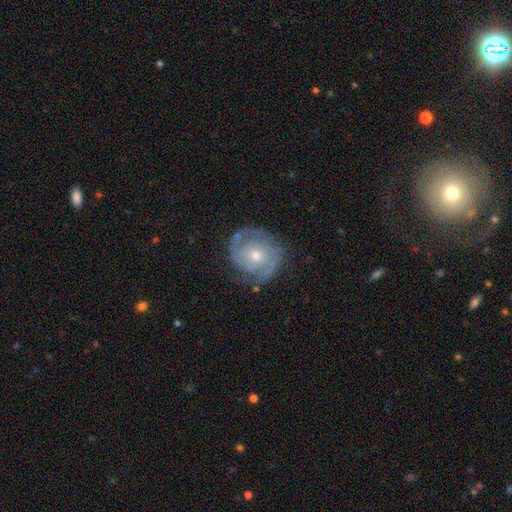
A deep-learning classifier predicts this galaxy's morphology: A featured or disk galaxy (80%) with no bar (78%), 2 (47%) tight (61%) spiral arms (91%) and a moderate central bulge (48%, tied with small). Merging: none (74%).